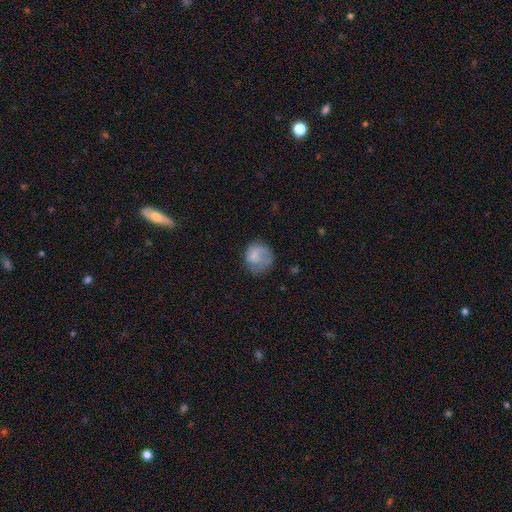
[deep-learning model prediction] The model was most divided on "merging": none: 52%, minor disturbance: 26%, major disturbance: 20%, merger: 2%. More confident: how rounded — round (79%); smooth or featured — smooth (70%).